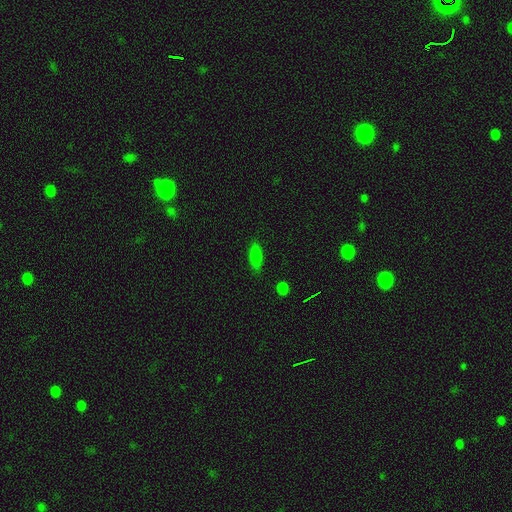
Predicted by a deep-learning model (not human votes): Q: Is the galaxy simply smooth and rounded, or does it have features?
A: smooth — 77%.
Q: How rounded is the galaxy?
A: in between — 65%.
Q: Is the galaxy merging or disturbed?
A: none — 83%.